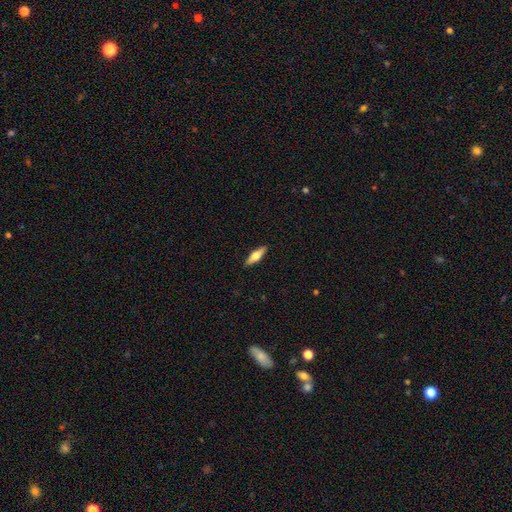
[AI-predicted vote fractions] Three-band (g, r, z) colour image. It shows a smooth galaxy with no disk features (51%) that is cigar-shaped (57%). Merging: none (90%).